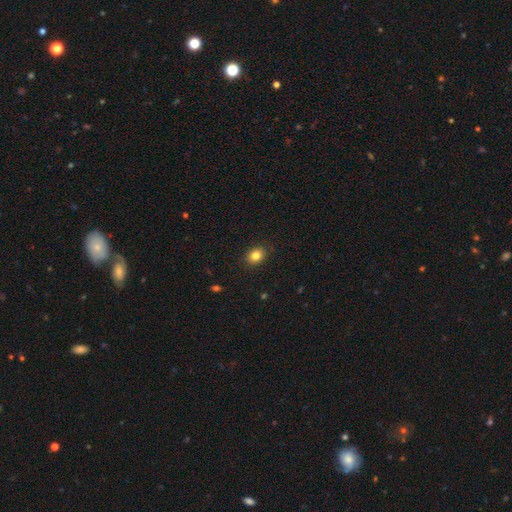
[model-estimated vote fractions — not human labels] Q: Smooth or featured?
A: smooth (83%); runner-up: star or artifact (11%)
Q: How rounded?
A: round (51%); runner-up: in between (48%)
Q: Merging?
A: none (89%); runner-up: minor disturbance (8%)